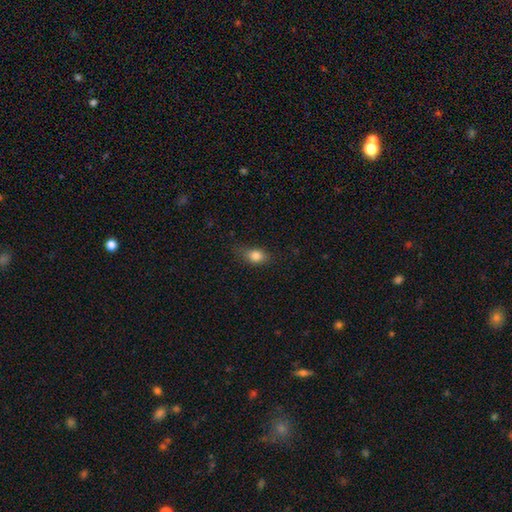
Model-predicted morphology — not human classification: A smooth galaxy with no disk features (83%) that is in between round and cigar-shaped (67%). Merging: none (66%).